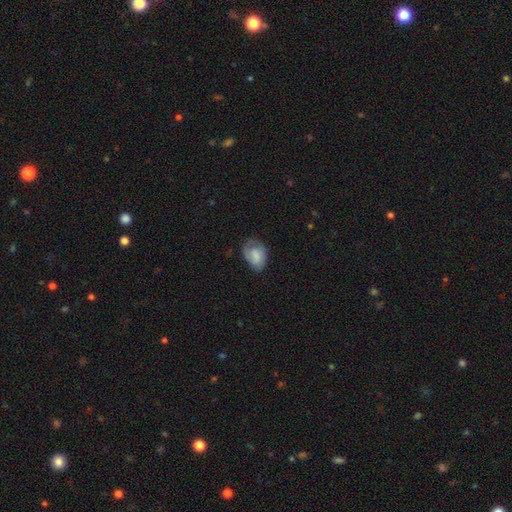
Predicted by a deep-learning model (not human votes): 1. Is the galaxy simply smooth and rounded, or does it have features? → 57% smooth, 36% featured or disk, 8% star or artifact.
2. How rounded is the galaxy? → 81% in between, 17% round, 1% cigar-shaped.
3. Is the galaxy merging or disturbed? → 53% none, 30% minor disturbance, 15% major disturbance, 2% merger.